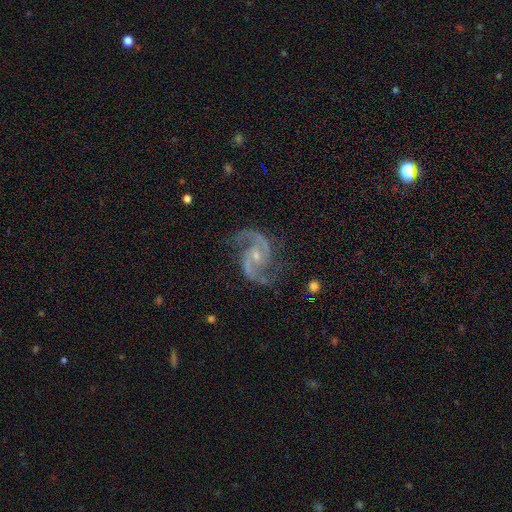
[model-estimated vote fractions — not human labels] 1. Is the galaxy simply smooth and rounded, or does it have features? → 93% featured or disk, 4% star or artifact, 3% smooth.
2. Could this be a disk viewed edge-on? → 98% no, 2% yes.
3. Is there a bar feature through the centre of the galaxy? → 53% no, 36% weak, 11% strong.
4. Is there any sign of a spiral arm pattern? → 98% yes, 2% no.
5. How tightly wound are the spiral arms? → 63% medium, 22% loose, 15% tight.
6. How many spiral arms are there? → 93% 2, 2% 3, 1% can't tell, 1% 1, 1% 4, 1% more than 4.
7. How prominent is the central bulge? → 67% small, 27% moderate, 3% none, 1% large, 1% dominant.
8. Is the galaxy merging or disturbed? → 77% none, 15% minor disturbance, 6% major disturbance, 2% merger.